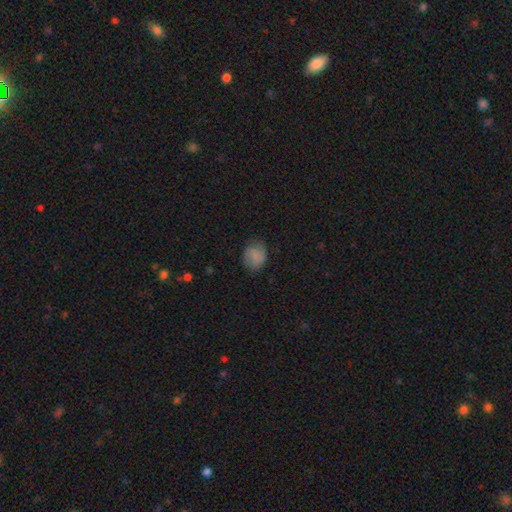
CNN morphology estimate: Smooth or featured? smooth (73%)
How rounded? round (56%)
Merging? none (71%)